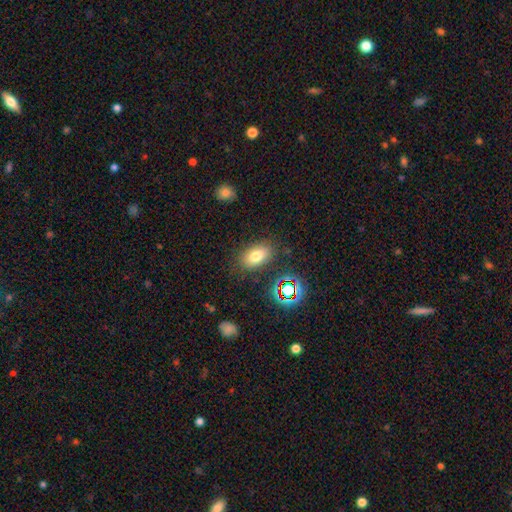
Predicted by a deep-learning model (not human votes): This appears to be a smooth galaxy with no disk features (72%) that is in between round and cigar-shaped (86%). Merging: none (82%).